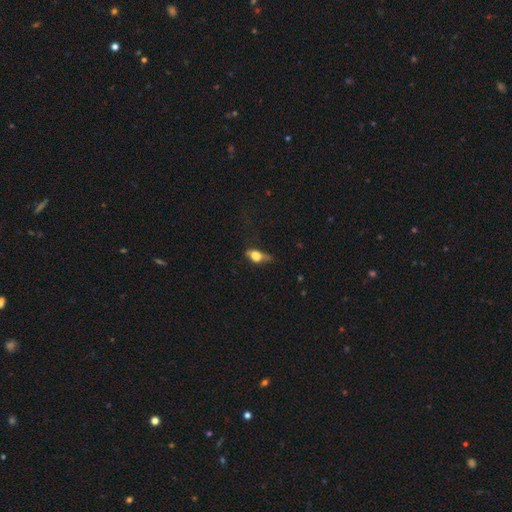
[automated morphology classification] This appears to be a smooth galaxy with no disk features (69%) that is in between round and cigar-shaped (69%). Merging: none (38%).